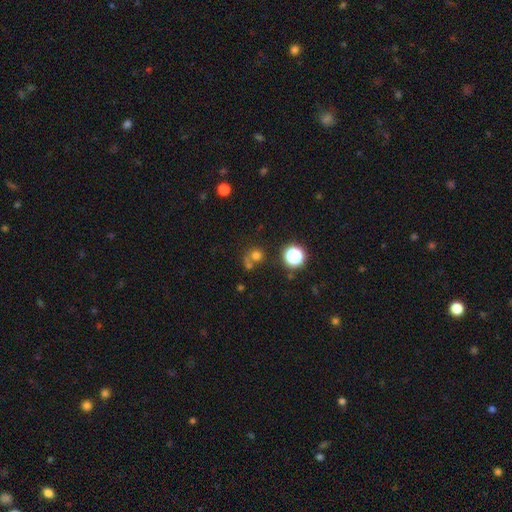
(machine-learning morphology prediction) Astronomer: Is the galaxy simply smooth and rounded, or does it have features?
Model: smooth — 66%.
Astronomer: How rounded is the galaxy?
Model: round — 90%.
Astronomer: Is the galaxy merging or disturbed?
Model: none — 55% (runner-up: merger, 31%).